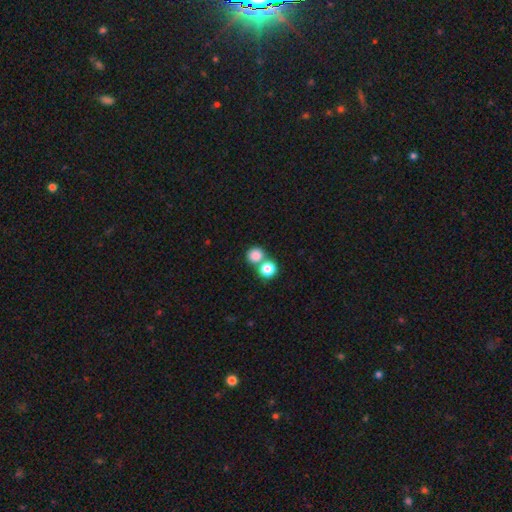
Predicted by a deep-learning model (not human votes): smooth-or-featured: smooth: 83% | star or artifact: 11% | featured or disk: 6%
  how-rounded: round: 86% | in between: 13% | cigar-shaped: 1%
  merging: none: 53% | merger: 38% | minor disturbance: 6% | major disturbance: 3%